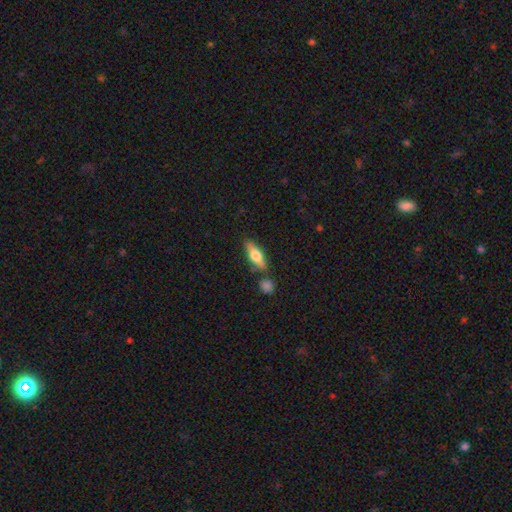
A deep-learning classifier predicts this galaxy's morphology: Q: Smooth or featured?
A: smooth (51%); runner-up: featured or disk (42%)
Q: How rounded?
A: in between (50%); runner-up: cigar-shaped (47%)
Q: Merging?
A: none (77%); runner-up: minor disturbance (12%)